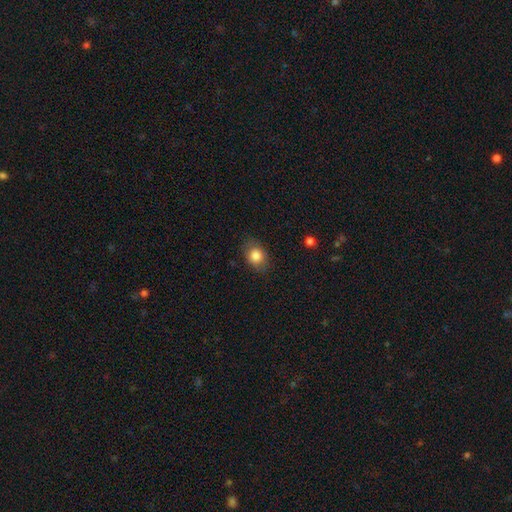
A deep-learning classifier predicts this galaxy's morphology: type=smooth (83%); roundness=in between (54%); merging=none (79%).